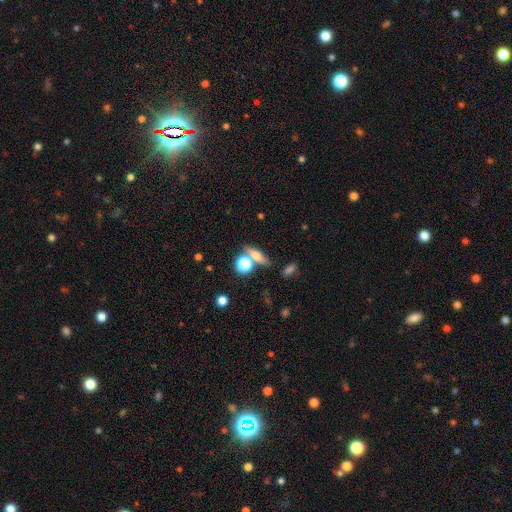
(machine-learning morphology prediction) Smooth or featured? Predicted: smooth (p=0.58). How rounded? Predicted: cigar-shaped (p=0.39). Merging? Predicted: none (p=0.66).